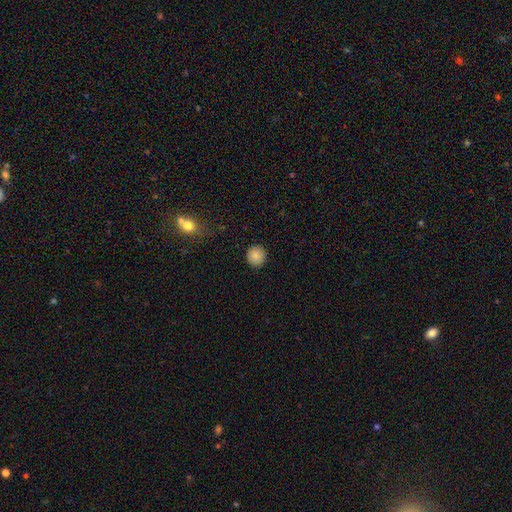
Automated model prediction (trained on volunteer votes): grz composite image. It shows a smooth galaxy with no disk features (87%) that is round (92%). Merging: none (91%).